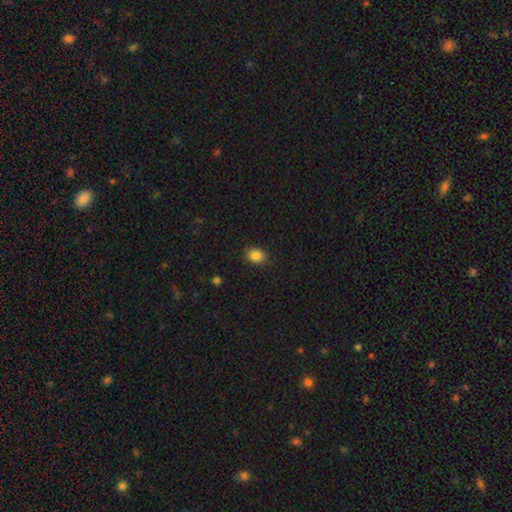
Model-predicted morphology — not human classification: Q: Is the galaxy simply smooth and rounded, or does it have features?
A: smooth — 86%.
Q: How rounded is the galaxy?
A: in between — 55%.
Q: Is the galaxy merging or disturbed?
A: none — 88%.